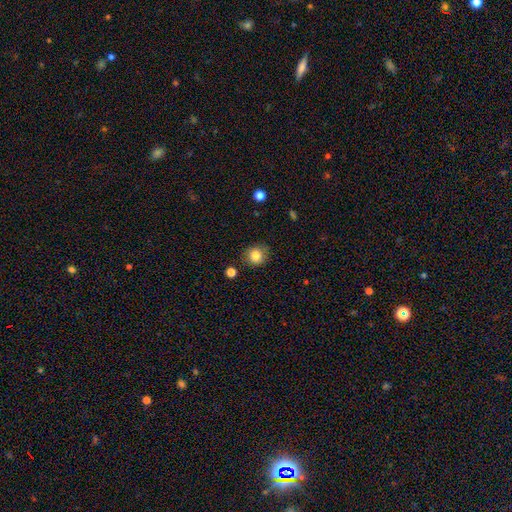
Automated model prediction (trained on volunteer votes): Smooth or featured? Predicted: smooth (p=0.83). How rounded? Predicted: round (p=0.86). Merging? Predicted: none (p=0.80).